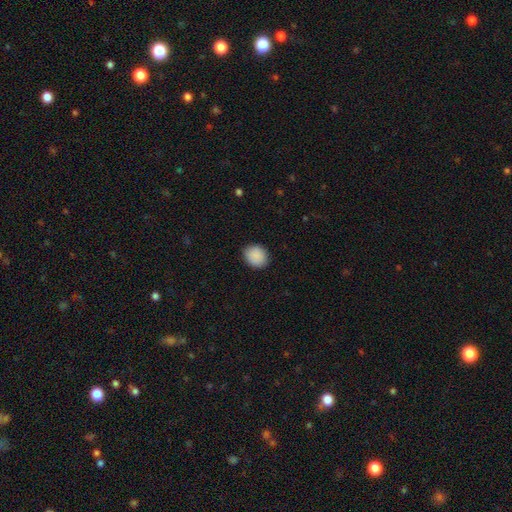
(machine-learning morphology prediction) type=smooth (90%); roundness=round (68%); merging=none (87%).